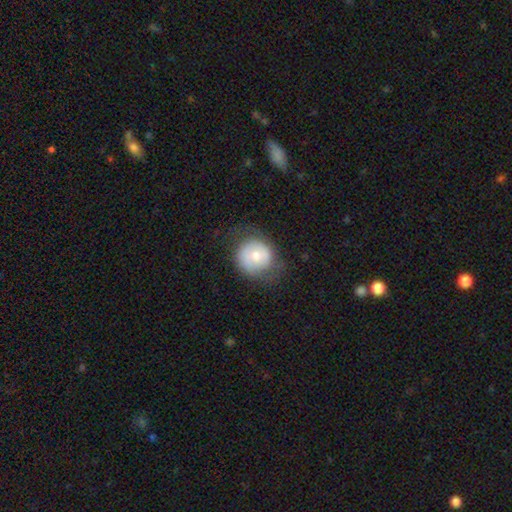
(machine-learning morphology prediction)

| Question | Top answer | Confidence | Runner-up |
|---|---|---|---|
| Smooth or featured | smooth | 57% | featured or disk (36%) |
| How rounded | round | 85% | in between (14%) |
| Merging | none | 65% | minor disturbance (21%) |